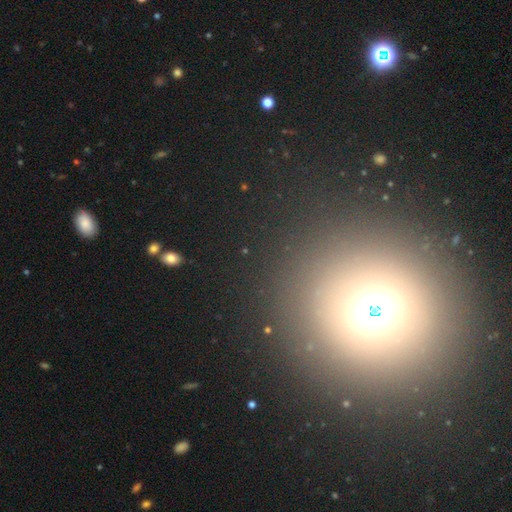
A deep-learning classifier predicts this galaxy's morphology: Smooth or featured? star or artifact (57%)